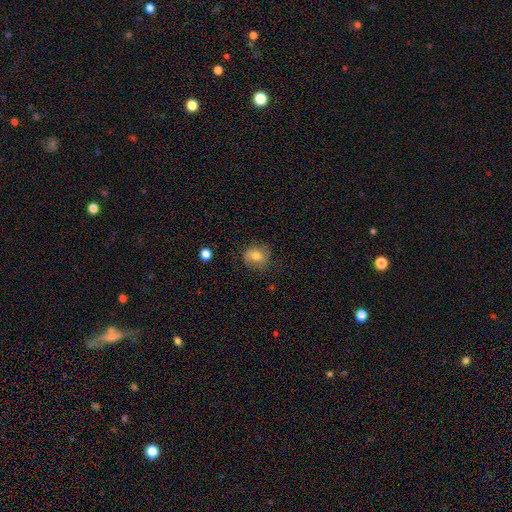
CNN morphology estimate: Smooth or featured? Predicted: smooth (p=0.66). How rounded? Predicted: round (p=0.73). Merging? Predicted: none (p=0.70).